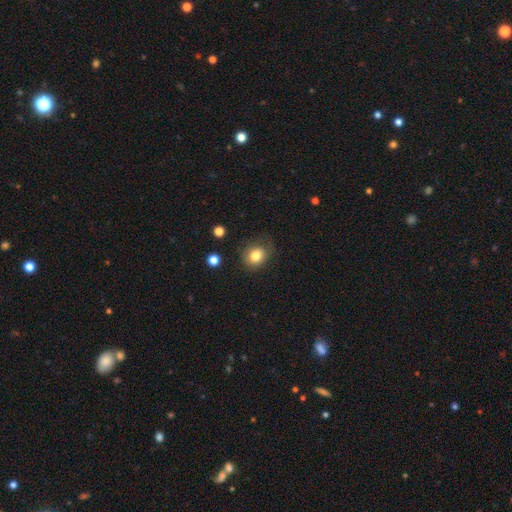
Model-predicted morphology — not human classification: Overall: smooth (81%). How rounded: round (73%). Merging: none (73%).